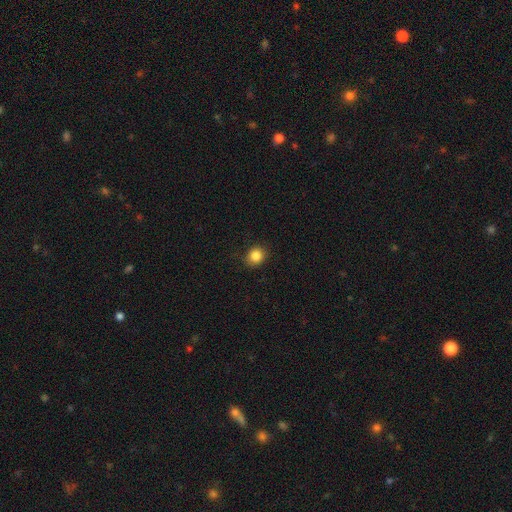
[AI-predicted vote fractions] The model was most divided on "how rounded": round: 79%, in between: 20%, cigar-shaped: 1%. More confident: merging — none (87%); smooth or featured — smooth (85%).